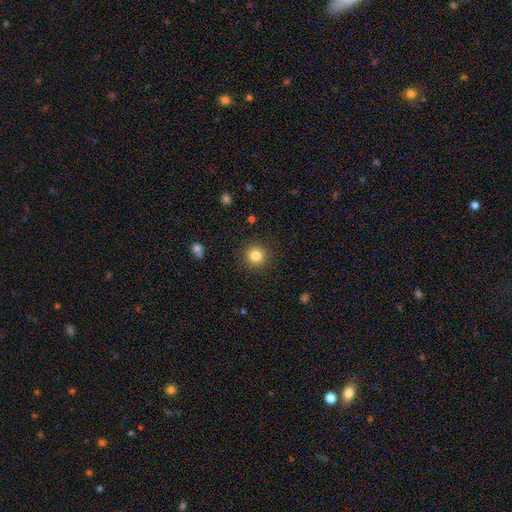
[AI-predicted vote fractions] This appears to be a smooth galaxy with no disk features (83%) that is round (94%). Merging: none (91%).